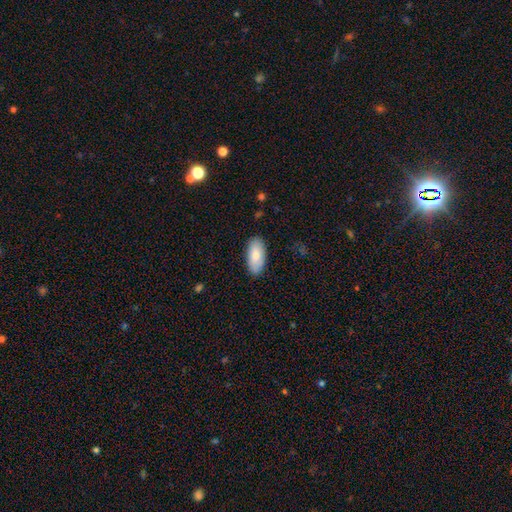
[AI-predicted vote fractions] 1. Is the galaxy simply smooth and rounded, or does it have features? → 85% smooth, 10% featured or disk, 5% star or artifact.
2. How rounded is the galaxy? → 92% in between, 6% cigar-shaped, 2% round.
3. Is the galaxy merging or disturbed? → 87% none, 10% minor disturbance, 2% major disturbance, 1% merger.